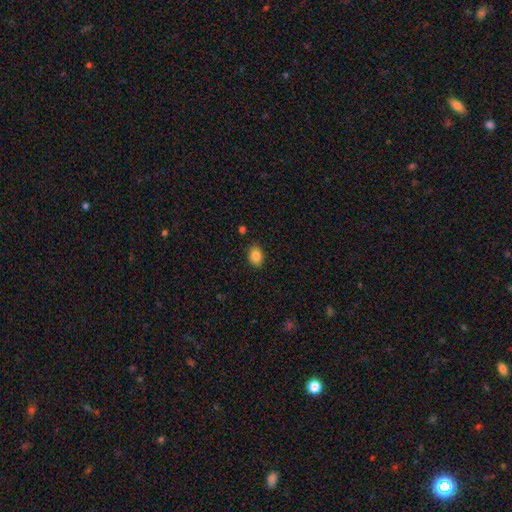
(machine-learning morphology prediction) Overall: smooth (86%). How rounded: in between (67%; round 32%). Merging: none (88%).